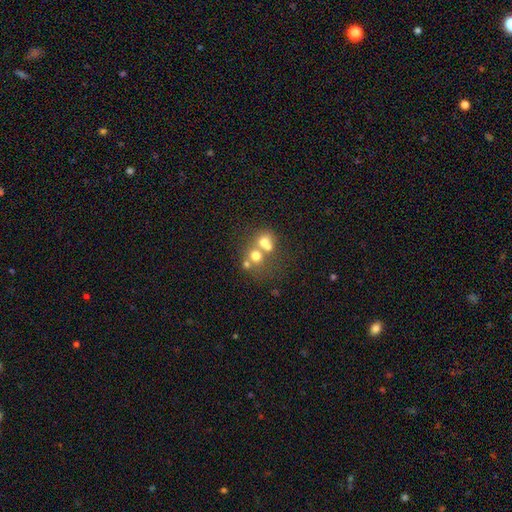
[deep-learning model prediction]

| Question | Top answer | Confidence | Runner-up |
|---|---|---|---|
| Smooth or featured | smooth | 62% | featured or disk (23%) |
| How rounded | round | 76% | in between (23%) |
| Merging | merger | 58% | none (32%) |